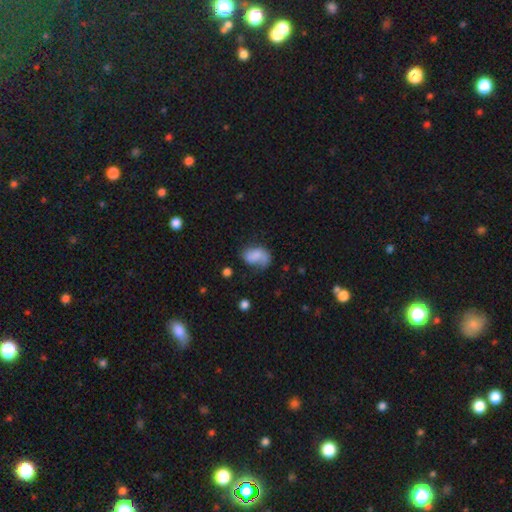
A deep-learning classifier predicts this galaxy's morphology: The model was most divided on "merging": none: 40%, minor disturbance: 30%, major disturbance: 25%, merger: 5%. More confident: how rounded — in between (84%); smooth or featured — smooth (60%).